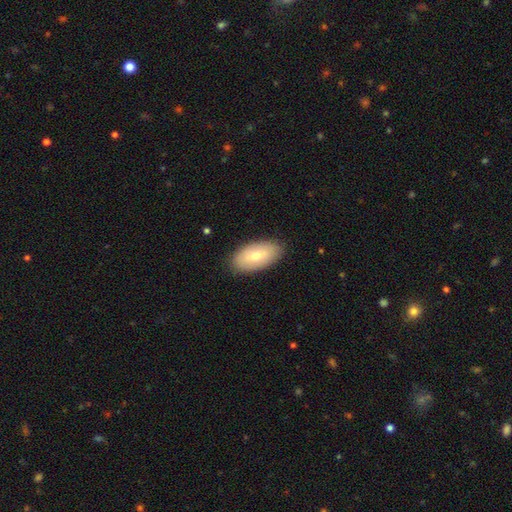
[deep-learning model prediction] Morphology: type=smooth (68%); roundness=in between (94%); merging=none (88%).